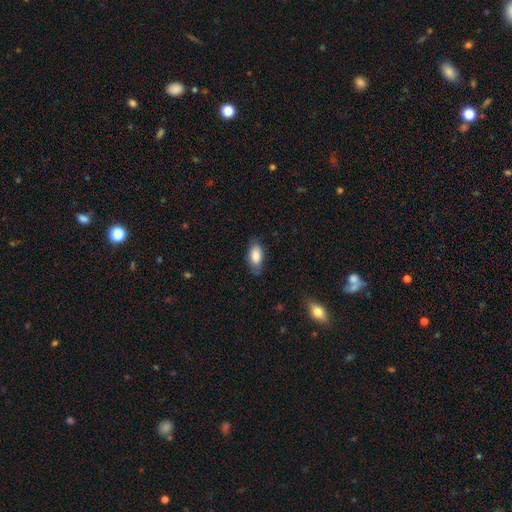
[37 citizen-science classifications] Q: Smooth or featured?
A: smooth (76%); runner-up: featured or disk (16%)
Q: How rounded?
A: in between (71%); runner-up: cigar-shaped (18%)
Q: Merging?
A: none (76%); runner-up: minor disturbance (15%)